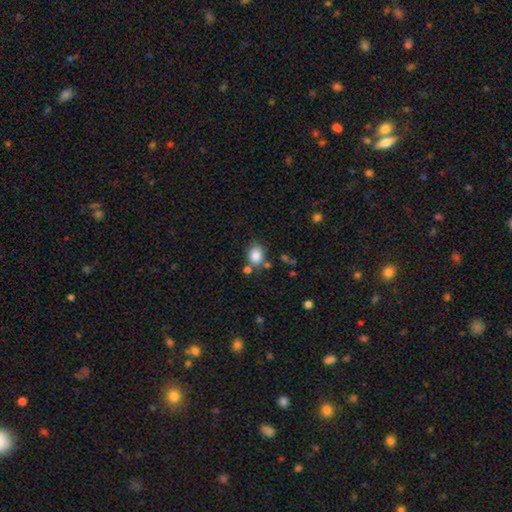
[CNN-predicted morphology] smooth_or_featured: smooth (p=0.85) [alt: star or artifact p=0.09]
how_rounded: in between (p=0.51) [alt: round p=0.48]
merging: none (p=0.70) [alt: minor disturbance p=0.14]